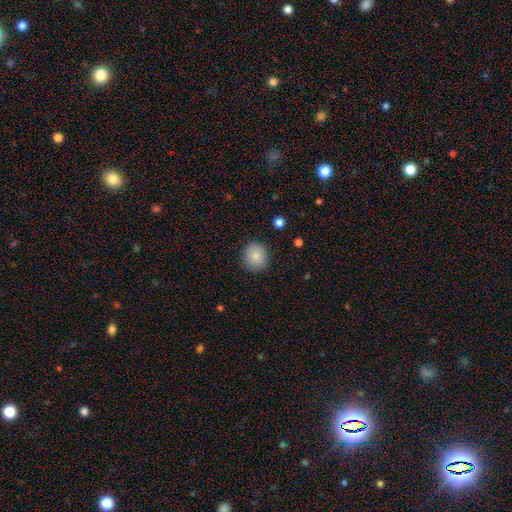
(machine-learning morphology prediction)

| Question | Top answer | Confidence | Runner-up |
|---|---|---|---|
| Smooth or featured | smooth | 85% | star or artifact (8%) |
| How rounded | round | 85% | in between (14%) |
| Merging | none | 88% | minor disturbance (9%) |